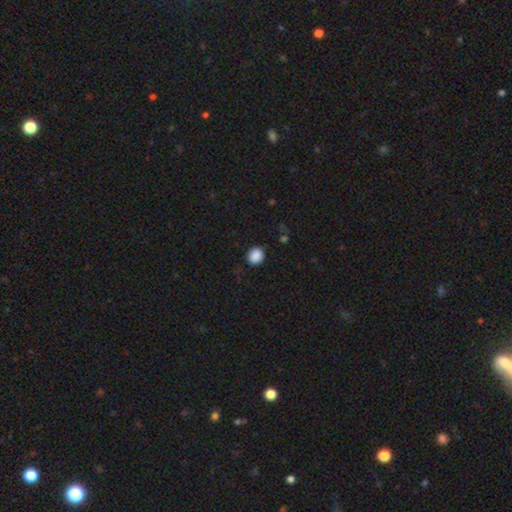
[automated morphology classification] The model was most divided on "how rounded": round: 73%, in between: 26%, cigar-shaped: 1%. More confident: smooth or featured — smooth (88%); merging — none (87%).